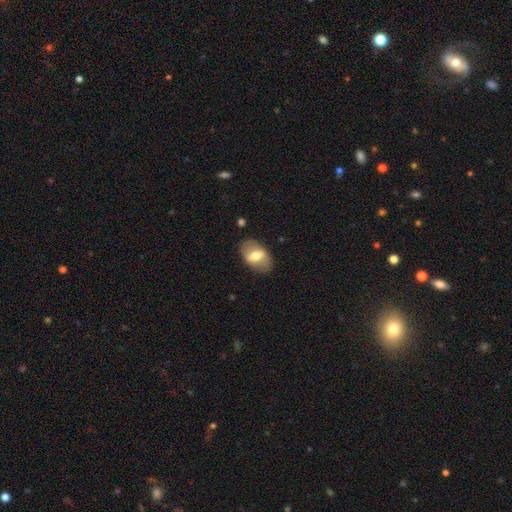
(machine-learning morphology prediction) smooth-or-featured: smooth: 50% | featured or disk: 44% | star or artifact: 7%
  merging: none: 81% | minor disturbance: 13% | major disturbance: 5% | merger: 1%